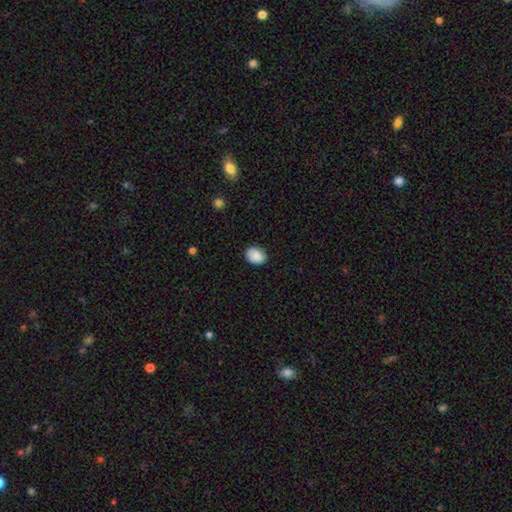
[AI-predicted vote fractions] Overall: smooth (87%). How rounded: in between (67%; round 32%). Merging: none (83%).